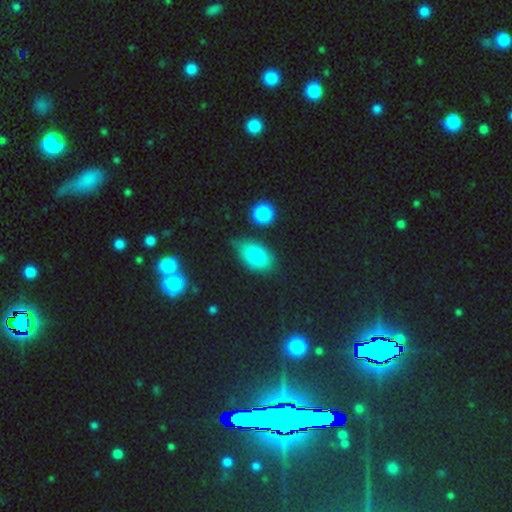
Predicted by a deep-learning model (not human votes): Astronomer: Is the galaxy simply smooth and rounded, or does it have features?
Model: smooth — 76%.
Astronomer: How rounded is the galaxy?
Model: in between — 84%.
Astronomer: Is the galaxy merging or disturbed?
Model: none — 64%.